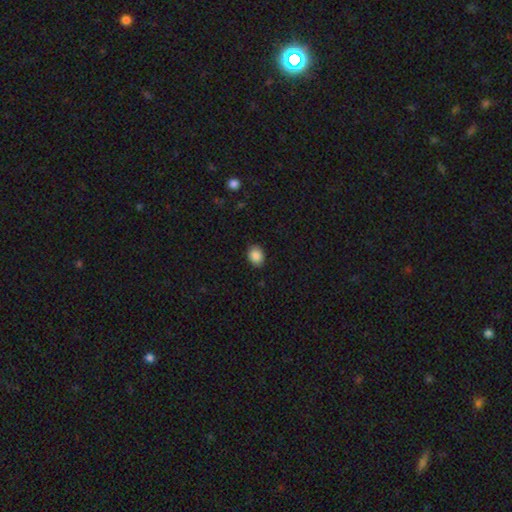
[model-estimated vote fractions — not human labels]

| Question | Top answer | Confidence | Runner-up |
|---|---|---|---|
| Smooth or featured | smooth | 87% | star or artifact (8%) |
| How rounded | in between | 58% | round (41%) |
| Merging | none | 89% | minor disturbance (8%) |